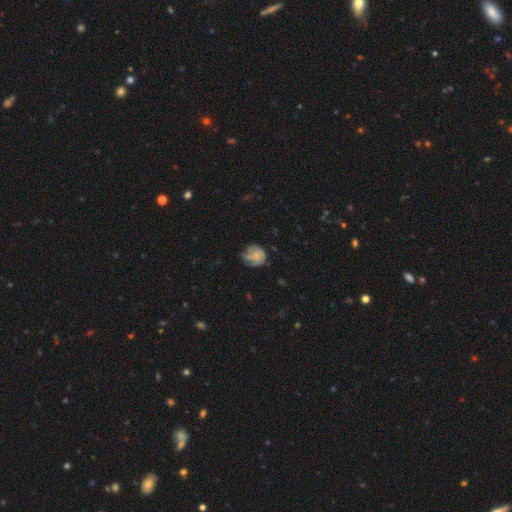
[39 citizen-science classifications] This appears to be a featured or disk galaxy (59%) with no bar (87%), tight (70%) spiral arms (87%) and no central bulge (48%). Merging: none (54%).